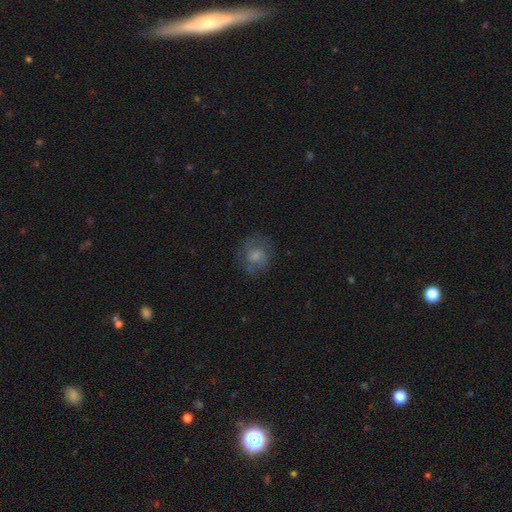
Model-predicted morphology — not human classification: Smooth or featured: smooth — 60% (featured or disk — 29%)
How rounded: round — 76% (in between — 23%)
Merging: none — 69% (minor disturbance — 18%)